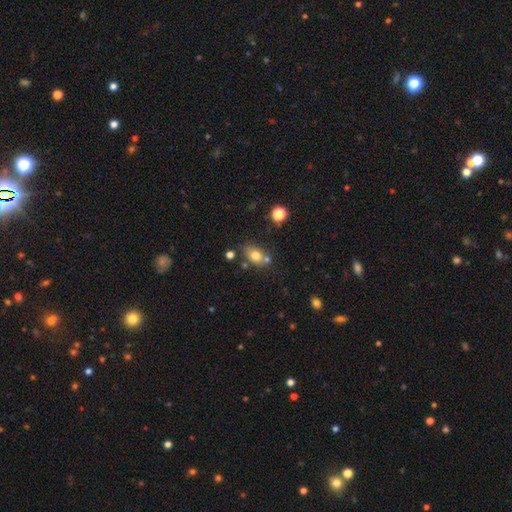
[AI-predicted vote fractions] This is likely a smooth galaxy (75%). How rounded: likely in between (74%). Merging: likely none (60%).